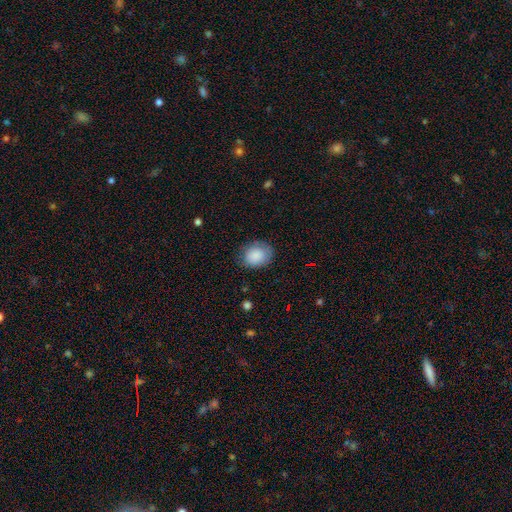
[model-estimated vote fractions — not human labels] Morphology: type=smooth (87%); roundness=round (53%); merging=none (76%).